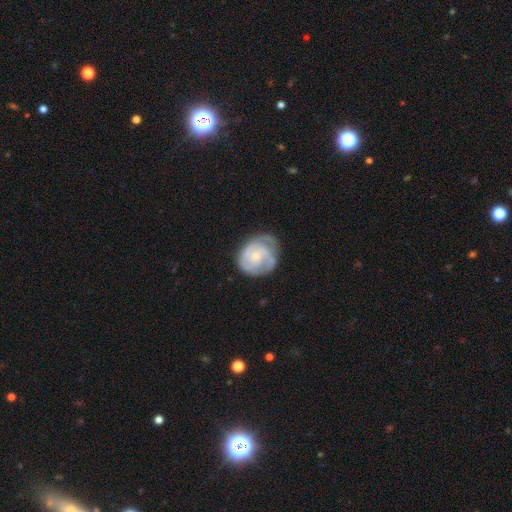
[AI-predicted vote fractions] Smooth or featured? Predicted: featured or disk (p=0.72). Edge-on disk? Predicted: no (p=0.98). Bar? Predicted: no (p=0.73). Spiral arms? Predicted: yes (p=0.87). Spiral winding? Predicted: tight (p=0.56). Spiral arm count? Predicted: 2 (p=0.32). Bulge size? Predicted: small (p=0.56). Merging? Predicted: none (p=0.56).